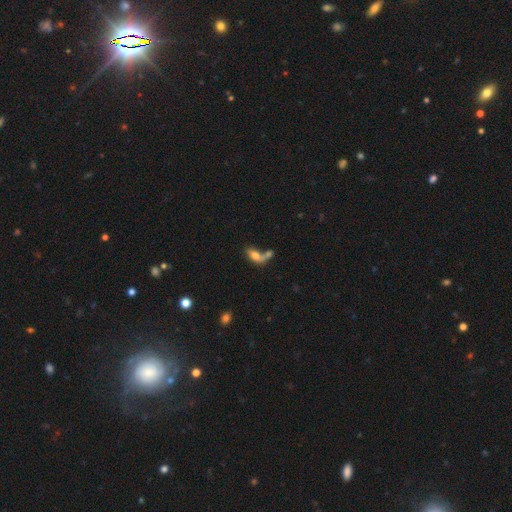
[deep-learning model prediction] smooth-or-featured: smooth: 65% | featured or disk: 24% | star or artifact: 11%
  how-rounded: in between: 77% | cigar-shaped: 14% | round: 8%
  merging: merger: 48% | none: 28% | major disturbance: 13% | minor disturbance: 11%